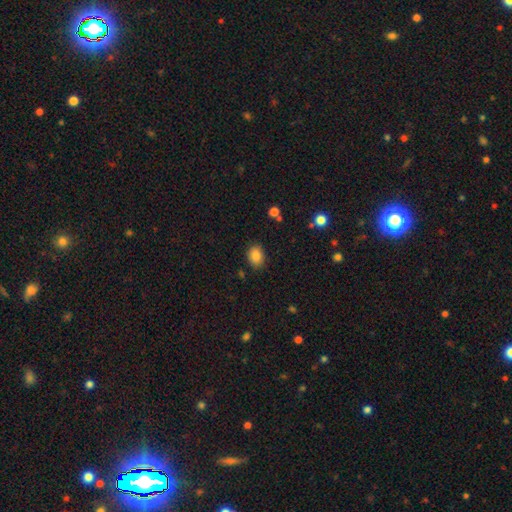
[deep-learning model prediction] Smooth or featured?
  - smooth: 84% *
  - star or artifact: 9%
  - featured or disk: 6%
How rounded?
  - in between: 66% *
  - round: 33%
  - cigar-shaped: 1%
Merging?
  - none: 85% *
  - minor disturbance: 11%
  - major disturbance: 2%
  - merger: 2%